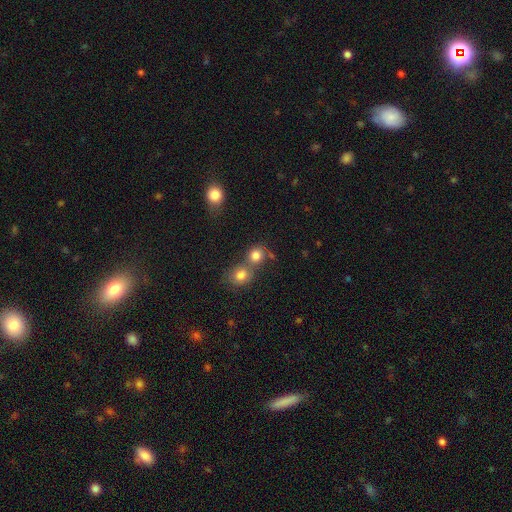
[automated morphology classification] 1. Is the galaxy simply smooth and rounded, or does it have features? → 80% smooth, 12% star or artifact, 8% featured or disk.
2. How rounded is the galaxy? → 81% round, 18% in between, 1% cigar-shaped.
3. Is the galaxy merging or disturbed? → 44% merger (tied), 44% none (tied), 8% minor disturbance, 4% major disturbance.